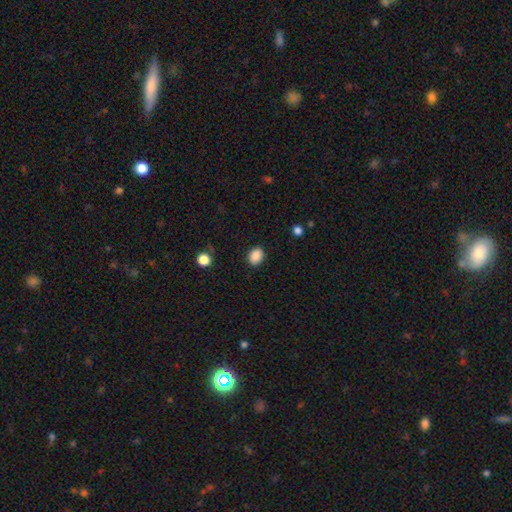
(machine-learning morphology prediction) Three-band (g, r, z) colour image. It shows a smooth galaxy with no disk features (88%) that is in between round and cigar-shaped (52%). Merging: none (87%).